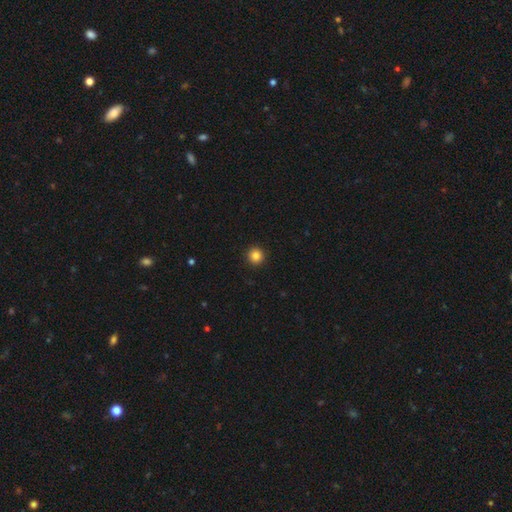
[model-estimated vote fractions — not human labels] smooth_or_featured: smooth (p=0.84) [alt: star or artifact p=0.11]
how_rounded: round (p=0.95) [alt: in between p=0.04]
merging: none (p=0.93) [alt: minor disturbance p=0.04]